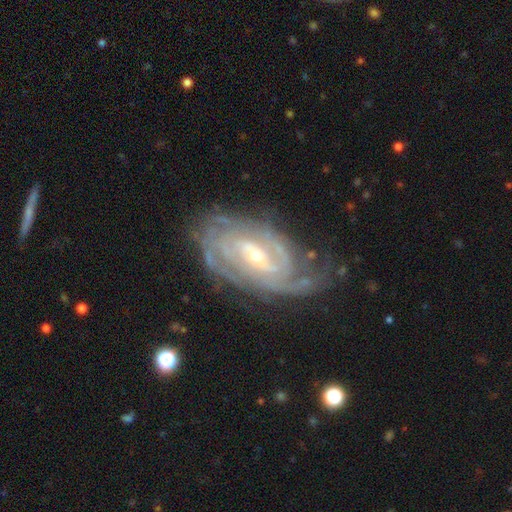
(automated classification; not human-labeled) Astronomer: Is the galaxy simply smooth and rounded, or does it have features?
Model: featured or disk — 89%.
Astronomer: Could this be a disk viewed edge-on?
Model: no — 95%.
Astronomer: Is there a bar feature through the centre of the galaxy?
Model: weak — 45% (runner-up: strong, 33%).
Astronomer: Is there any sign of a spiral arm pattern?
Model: yes — 97%.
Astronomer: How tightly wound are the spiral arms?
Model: tight — 71%.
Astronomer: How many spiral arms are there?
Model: can't tell — 31% (runner-up: 2, 25%).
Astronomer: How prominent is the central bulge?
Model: small — 65%.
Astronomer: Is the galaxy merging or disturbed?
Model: none — 66%.